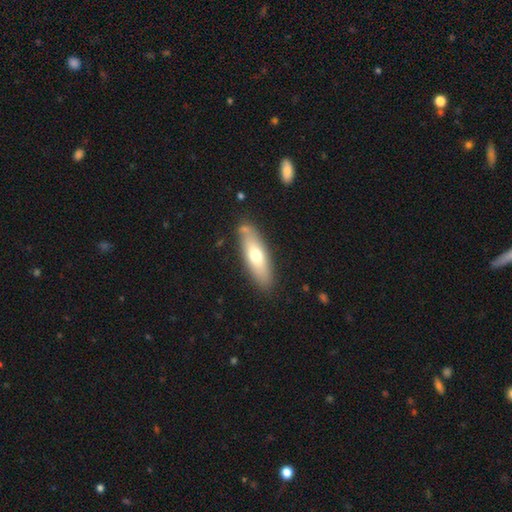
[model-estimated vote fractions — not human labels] Smooth or featured: smooth — 62% (featured or disk — 32%)
How rounded: in between — 51% (cigar-shaped — 47%)
Merging: none — 80% (minor disturbance — 12%)